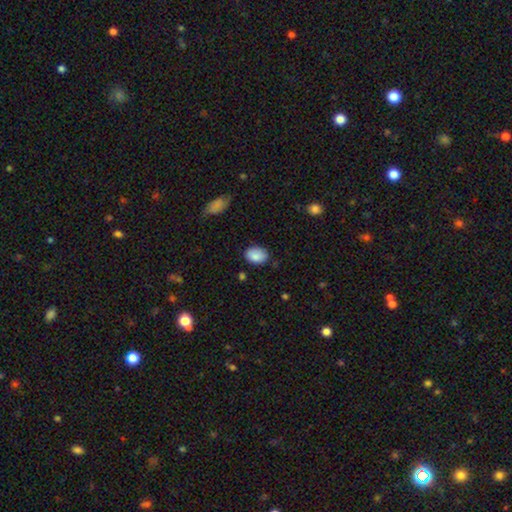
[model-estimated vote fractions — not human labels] This appears to be a smooth galaxy with no disk features (87%) that is in between round and cigar-shaped (80%). Merging: none (81%).